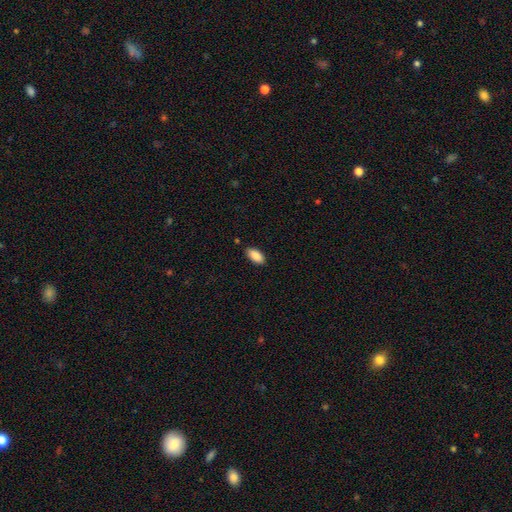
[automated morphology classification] A smooth galaxy with no disk features (89%) that is in between round and cigar-shaped (91%). Merging: none (86%).